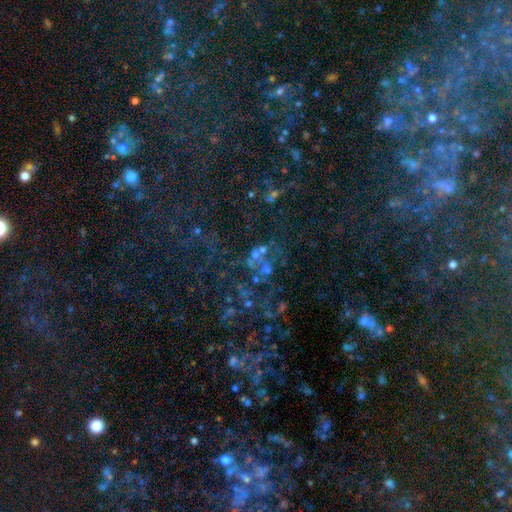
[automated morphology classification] Overall: star or artifact (51%; featured or disk 25%).